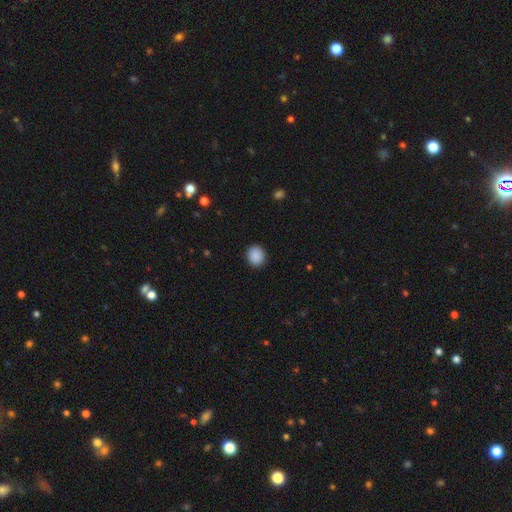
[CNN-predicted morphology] Q: Smooth or featured?
A: smooth (89%); runner-up: star or artifact (8%)
Q: How rounded?
A: round (79%); runner-up: in between (20%)
Q: Merging?
A: none (90%); runner-up: minor disturbance (7%)